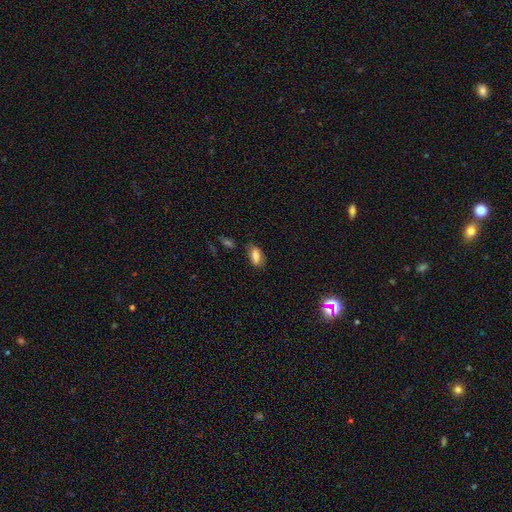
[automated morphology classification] Q: Smooth or featured?
A: smooth (77%); runner-up: featured or disk (13%)
Q: How rounded?
A: in between (91%); runner-up: cigar-shaped (5%)
Q: Merging?
A: none (75%); runner-up: minor disturbance (17%)